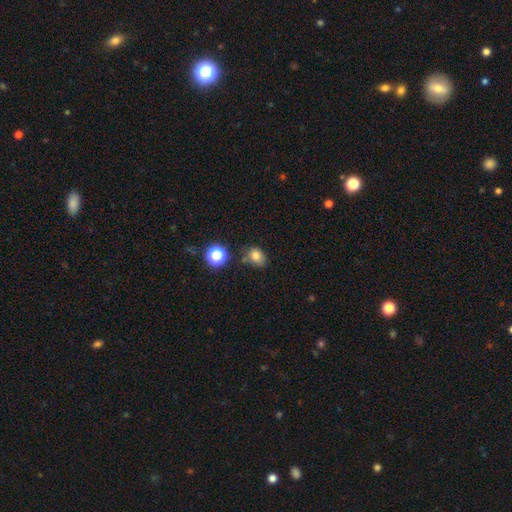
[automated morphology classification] Q: Smooth or featured?
A: smooth (79%); runner-up: star or artifact (14%)
Q: How rounded?
A: in between (56%); runner-up: round (43%)
Q: Merging?
A: none (64%); runner-up: minor disturbance (22%)